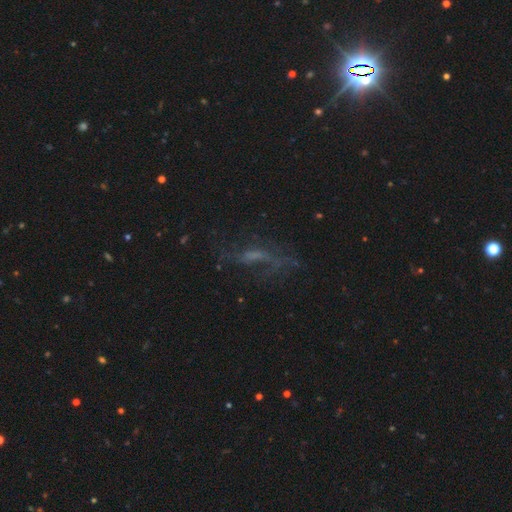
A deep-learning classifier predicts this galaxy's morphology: This appears to be a featured or disk galaxy (51%). Merging: none (50%).